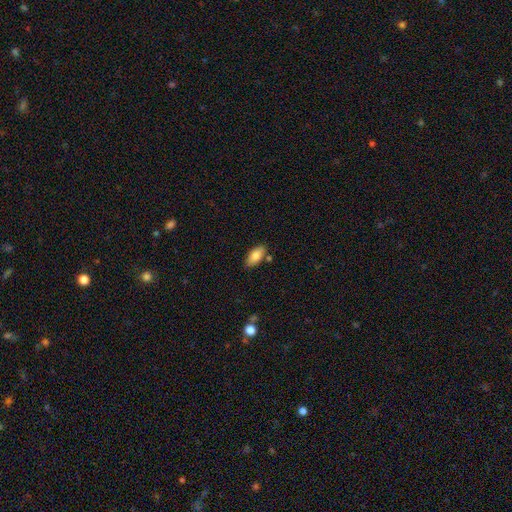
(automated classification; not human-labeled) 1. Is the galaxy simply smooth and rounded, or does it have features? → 82% smooth, 11% featured or disk, 7% star or artifact.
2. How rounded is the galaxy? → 90% in between, 8% cigar-shaped, 2% round.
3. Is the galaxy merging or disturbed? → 81% none, 12% minor disturbance, 5% merger, 2% major disturbance.